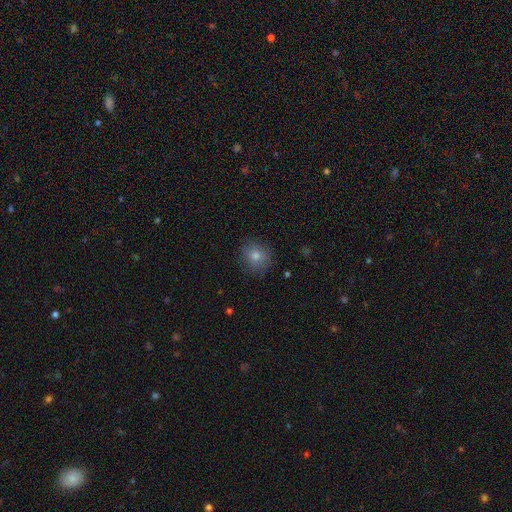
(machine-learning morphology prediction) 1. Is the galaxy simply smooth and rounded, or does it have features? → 76% smooth, 14% star or artifact, 10% featured or disk.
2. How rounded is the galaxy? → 86% round, 13% in between, 1% cigar-shaped.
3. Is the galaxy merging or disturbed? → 87% none, 10% minor disturbance, 3% major disturbance, 1% merger.